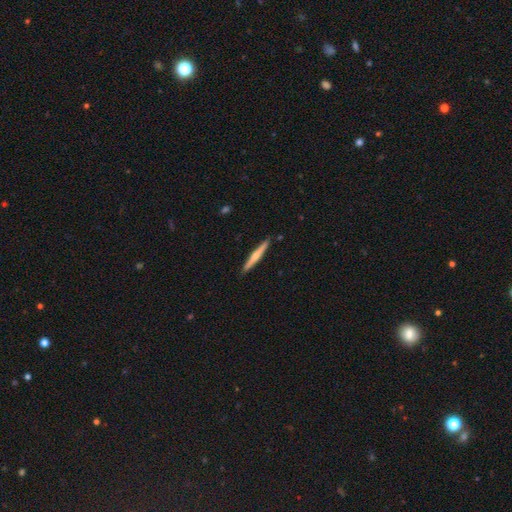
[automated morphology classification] This appears to be a featured or disk galaxy (52%) viewed edge-on (98%) with a rounded central bulge (66%). Merging: none (91%).